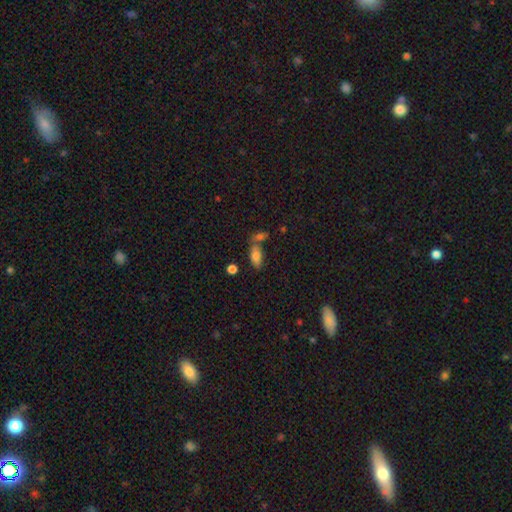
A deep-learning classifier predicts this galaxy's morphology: Smooth or featured? smooth (82%)
How rounded? in between (88%)
Merging? none (49%)